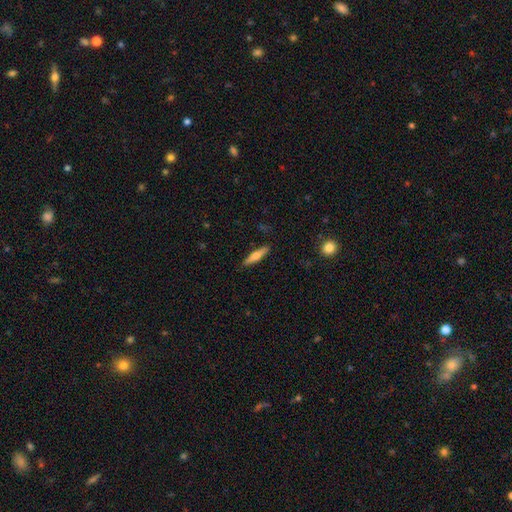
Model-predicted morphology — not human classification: Smooth or featured?
  - smooth: 54% *
  - featured or disk: 40%
  - star or artifact: 6%
How rounded?
  - cigar-shaped: 83% *
  - in between: 15%
  - round: 2%
Merging?
  - none: 89% *
  - minor disturbance: 8%
  - major disturbance: 2%
  - merger: 1%